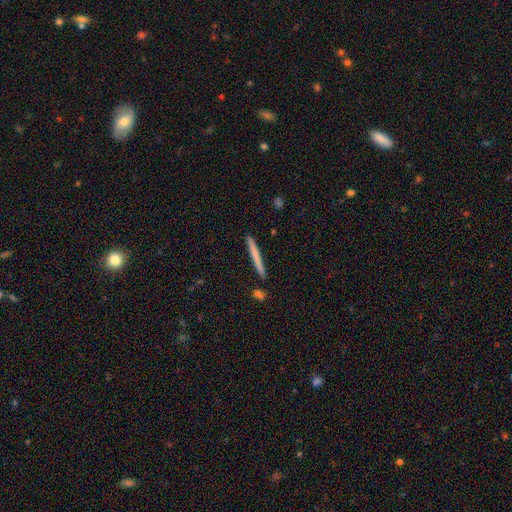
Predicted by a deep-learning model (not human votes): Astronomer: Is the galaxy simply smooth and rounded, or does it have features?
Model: smooth — 63%.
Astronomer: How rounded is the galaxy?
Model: cigar-shaped — 97%.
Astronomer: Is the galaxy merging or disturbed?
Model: none — 89%.